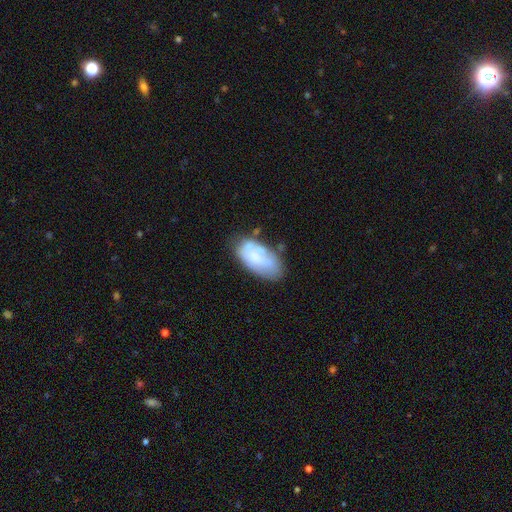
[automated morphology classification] A smooth galaxy with no disk features (55%) that is in between round and cigar-shaped (94%). Merging: none (50%).